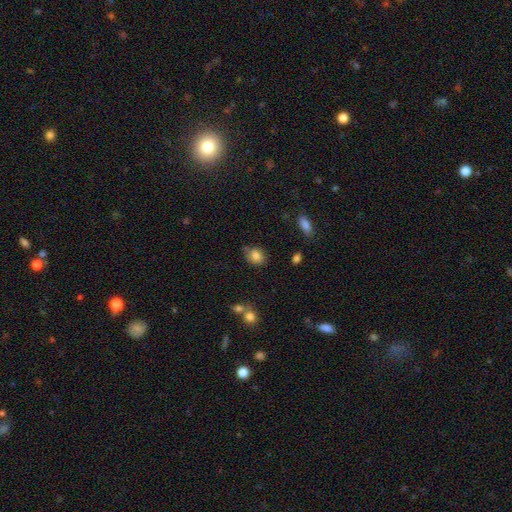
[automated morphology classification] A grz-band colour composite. It shows a smooth galaxy with no disk features (84%) that is in between round and cigar-shaped (57%). Merging: none (70%).